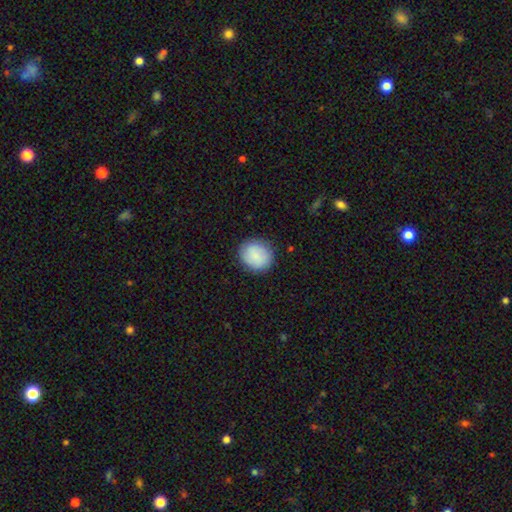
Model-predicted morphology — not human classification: A smooth galaxy with no disk features (85%) that is round (80%).

Vote fractions:
- Smooth or featured? smooth: 85% / featured or disk: 8% / star or artifact: 7%
- How rounded? round: 80% / in between: 19% / cigar-shaped: 1%
- Merging? none: 85% / minor disturbance: 11% / major disturbance: 3% / merger: 1%